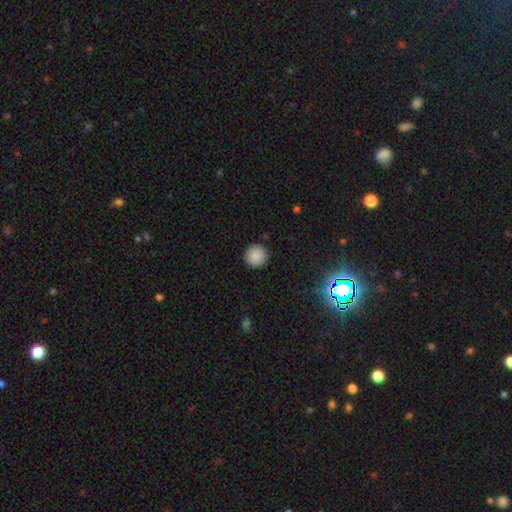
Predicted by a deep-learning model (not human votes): Smooth or featured: smooth — 88% (star or artifact — 9%)
How rounded: round — 95% (in between — 4%)
Merging: none — 92% (minor disturbance — 5%)